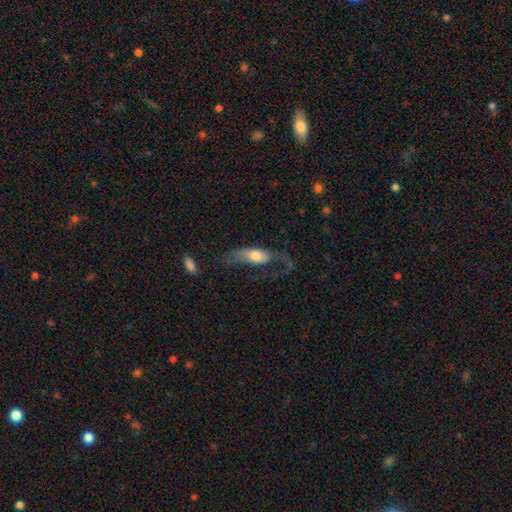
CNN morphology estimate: Smooth or featured? smooth (55%)
How rounded? in between (72%)
Merging? major disturbance (48%)